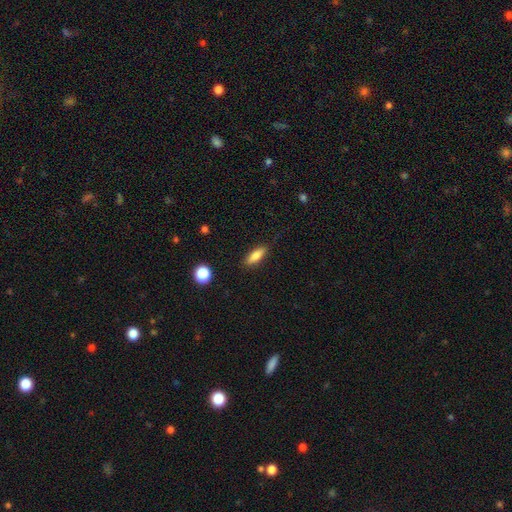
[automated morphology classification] smooth_or_featured: smooth (p=0.78) [alt: featured or disk p=0.14]
how_rounded: in between (p=0.54) [alt: cigar-shaped p=0.43]
merging: none (p=0.87) [alt: minor disturbance p=0.10]